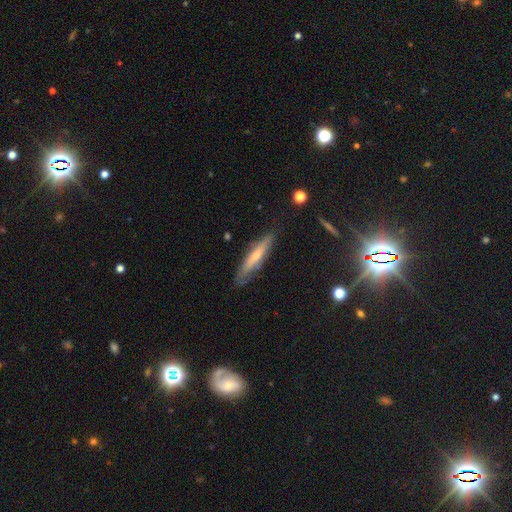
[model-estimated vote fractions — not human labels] Smooth or featured: smooth — 50% (featured or disk — 43%)
How rounded: cigar-shaped — 87% (in between — 12%)
Merging: none — 76% (minor disturbance — 18%)